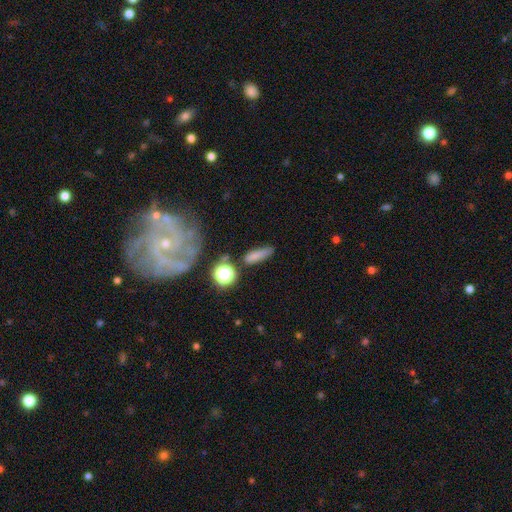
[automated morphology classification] The model was most divided on "how rounded": cigar-shaped: 54%, in between: 34%, round: 11%. More confident: smooth or featured — smooth (74%); merging — none (70%).